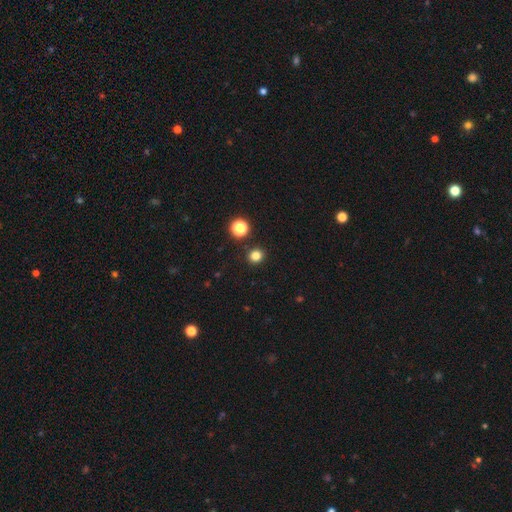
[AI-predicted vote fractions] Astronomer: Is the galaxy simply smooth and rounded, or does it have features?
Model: smooth — 80%.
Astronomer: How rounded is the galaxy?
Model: round — 87%.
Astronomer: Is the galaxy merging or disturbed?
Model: none — 89%.